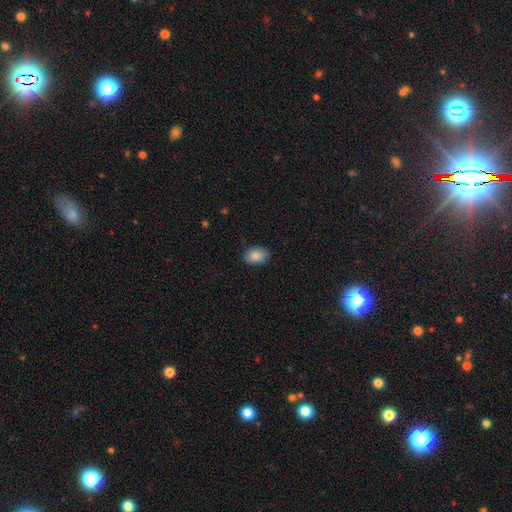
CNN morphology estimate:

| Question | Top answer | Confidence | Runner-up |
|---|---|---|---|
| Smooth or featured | smooth | 88% | star or artifact (7%) |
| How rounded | in between | 82% | round (17%) |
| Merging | none | 85% | minor disturbance (11%) |